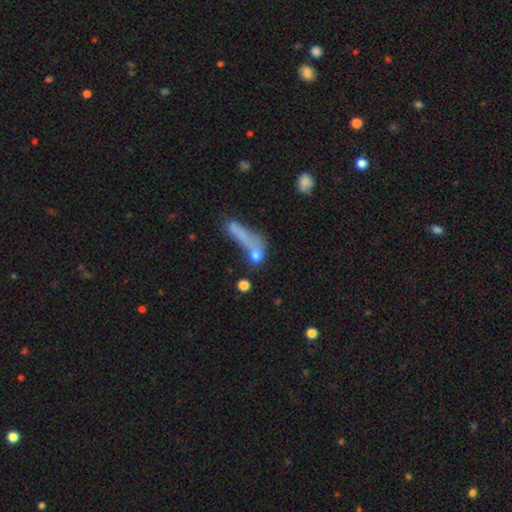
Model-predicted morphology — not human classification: smooth 66%, featured or disk 20%, star or artifact 14%. Down the decision tree: how rounded — round (41%); merging — merger (33%).